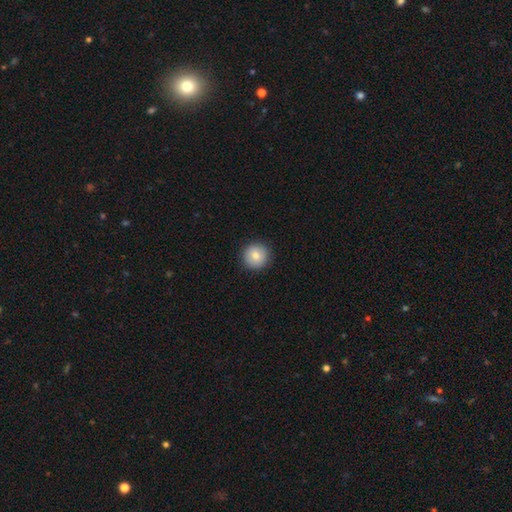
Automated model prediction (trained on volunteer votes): This is likely a smooth galaxy (79%). How rounded: clearly round (95%). Merging: clearly none (91%).